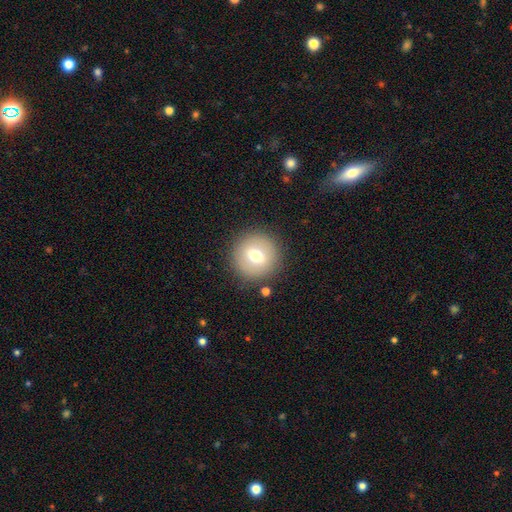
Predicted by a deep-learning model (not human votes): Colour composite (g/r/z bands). It shows a smooth galaxy with no disk features (67%) that is round (94%). Merging: none (88%).